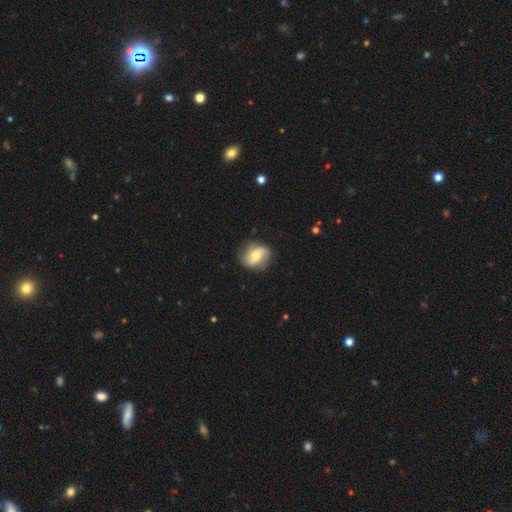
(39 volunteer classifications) Q: Smooth or featured?
A: featured or disk (51%); runner-up: smooth (49%)
Q: Edge-on disk?
A: no (85%); runner-up: yes (15%)
Q: Bar?
A: weak (41%); runner-up: no (35%)
Q: Spiral arms?
A: yes (76%); runner-up: no (24%)
Q: Spiral winding?
A: loose (54%); runner-up: medium (38%)
Q: Spiral arm count?
A: 2 (77%); runner-up: can't tell (15%)
Q: Bulge size?
A: moderate (65%); runner-up: small (18%)
Q: Merging?
A: none (77%); runner-up: minor disturbance (18%)